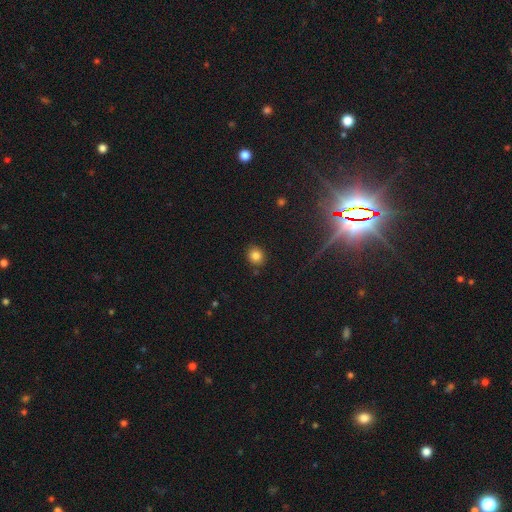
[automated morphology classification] Smooth or featured: smooth — 81% (star or artifact — 12%)
How rounded: round — 83% (in between — 15%)
Merging: none — 87% (minor disturbance — 8%)